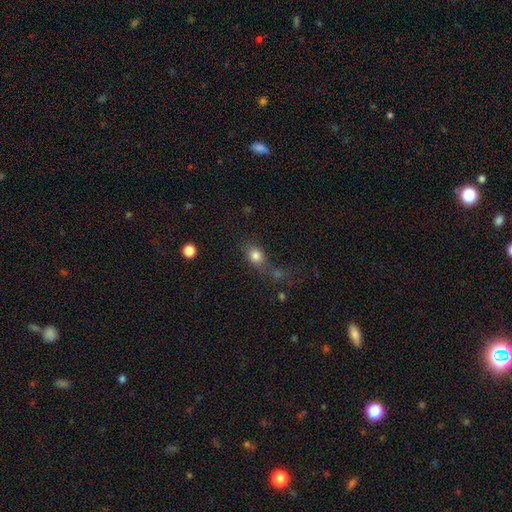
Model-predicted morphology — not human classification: Overall: smooth (80%). How rounded: round (51%; in between 46%). Merging: none (47%; merger 22%).